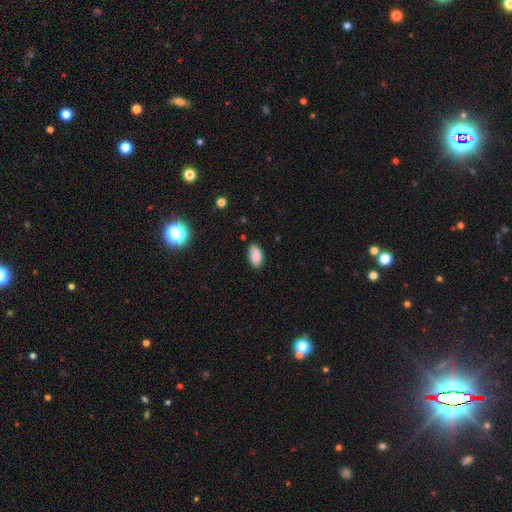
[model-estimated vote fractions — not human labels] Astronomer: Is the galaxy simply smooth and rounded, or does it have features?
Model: smooth — 79%.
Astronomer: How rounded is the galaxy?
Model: in between — 93%.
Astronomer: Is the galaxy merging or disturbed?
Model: none — 73%.